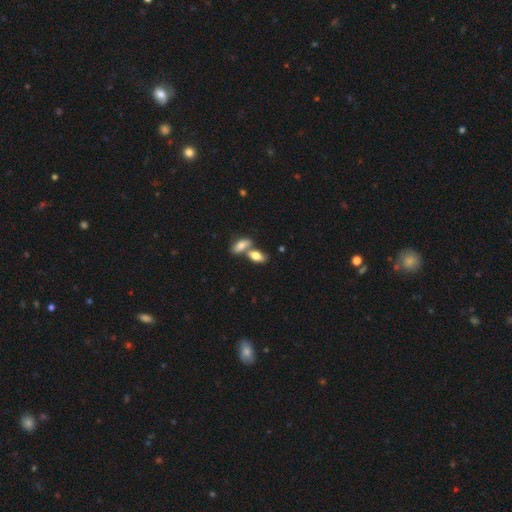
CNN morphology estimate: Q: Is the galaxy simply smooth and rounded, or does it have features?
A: smooth — 74%.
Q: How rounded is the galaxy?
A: in between — 86%.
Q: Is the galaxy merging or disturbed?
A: merger — 52%.